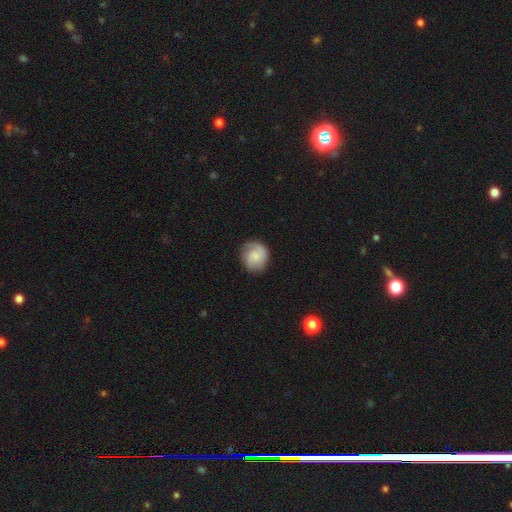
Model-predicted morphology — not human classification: Q: Smooth or featured?
A: featured or disk (49%); runner-up: smooth (44%)
Q: Merging?
A: none (72%); runner-up: minor disturbance (19%)